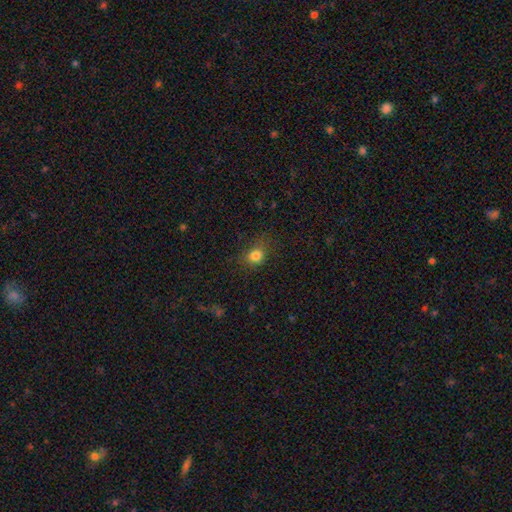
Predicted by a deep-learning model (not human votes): This is likely a smooth galaxy (80%). How rounded: likely round (67%). Merging: likely none (74%).